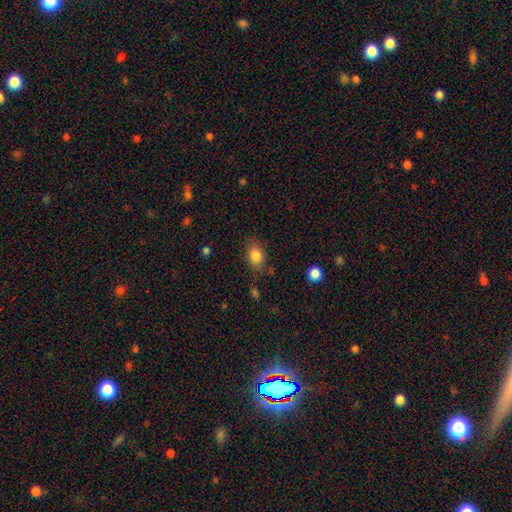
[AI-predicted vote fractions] smooth_or_featured: smooth (p=0.85) [alt: star or artifact p=0.09]
how_rounded: in between (p=0.71) [alt: round p=0.27]
merging: none (p=0.77) [alt: minor disturbance p=0.16]